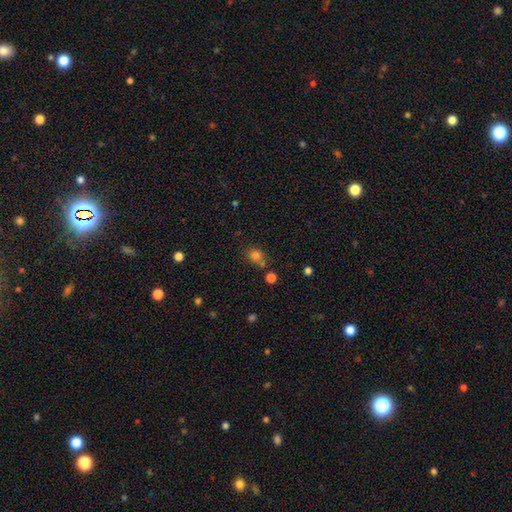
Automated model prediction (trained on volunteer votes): This appears to be a smooth galaxy with no disk features (77%) that is round (67%). Merging: none (58%).